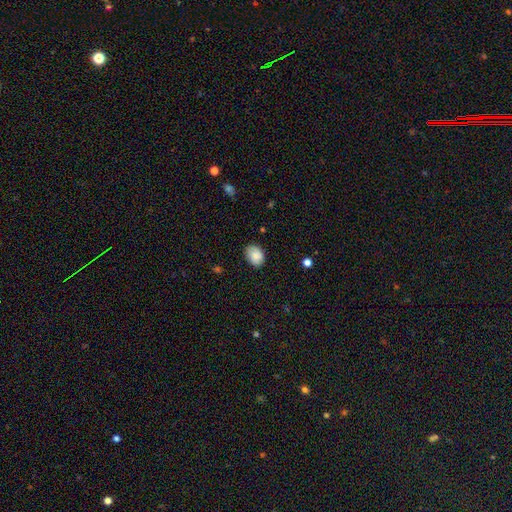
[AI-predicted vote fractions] smooth 85%, featured or disk 8%, star or artifact 7%. Down the decision tree: how rounded — in between (68%); merging — none (79%).